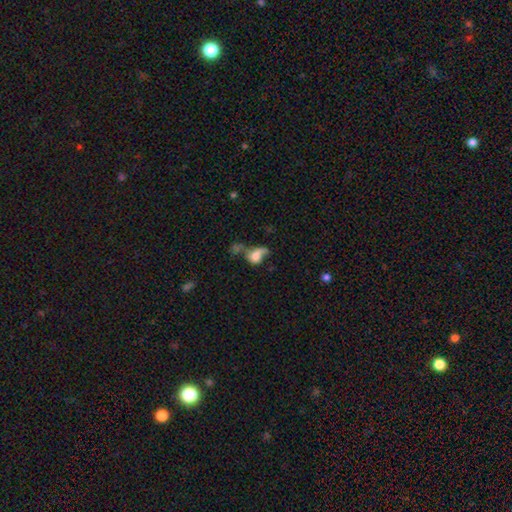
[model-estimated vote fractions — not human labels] smooth_or_featured: smooth (p=0.60) [alt: featured or disk p=0.29]
how_rounded: in between (p=0.62) [alt: round p=0.34]
merging: merger (p=0.38) [alt: major disturbance p=0.30]